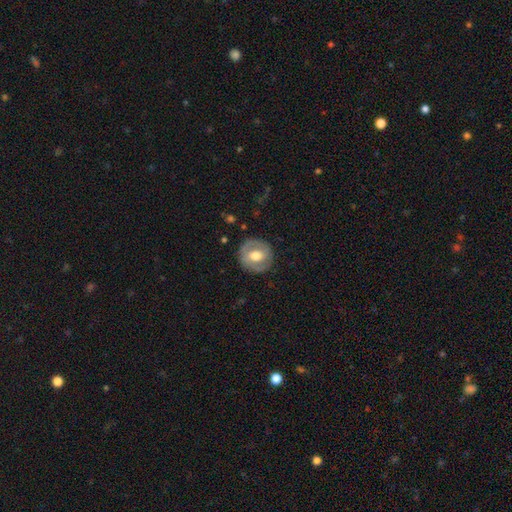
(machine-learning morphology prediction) Smooth or featured? Predicted: featured or disk (p=0.52). Edge-on disk? Predicted: no (p=0.96). Bar? Predicted: no (p=0.45). Spiral arms? Predicted: no (p=0.60). Bulge size? Predicted: moderate (p=0.68). Merging? Predicted: none (p=0.84).